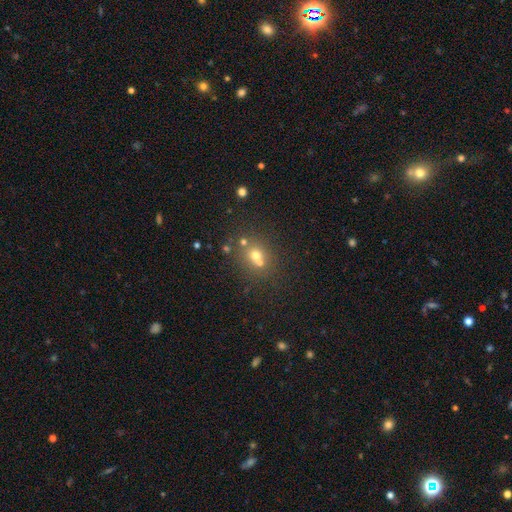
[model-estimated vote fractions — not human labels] A smooth galaxy with no disk features (63%) that is round (79%). Merging: none (54%).